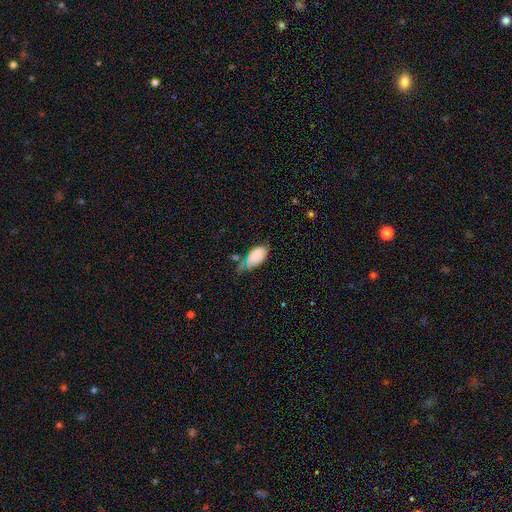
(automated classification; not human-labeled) Smooth or featured: smooth — 76% (featured or disk — 16%)
How rounded: in between — 93% (cigar-shaped — 4%)
Merging: none — 39% (minor disturbance — 38%)